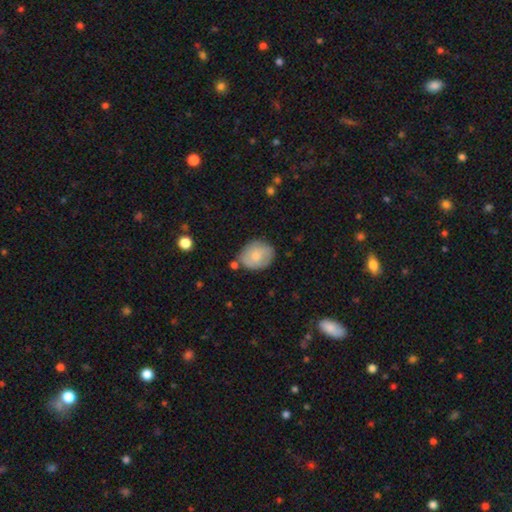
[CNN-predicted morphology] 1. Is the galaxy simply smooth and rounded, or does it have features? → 71% smooth, 22% featured or disk, 6% star or artifact.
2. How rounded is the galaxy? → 51% in between, 48% round, 1% cigar-shaped.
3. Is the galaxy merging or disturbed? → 71% none, 20% minor disturbance, 5% merger, 4% major disturbance.